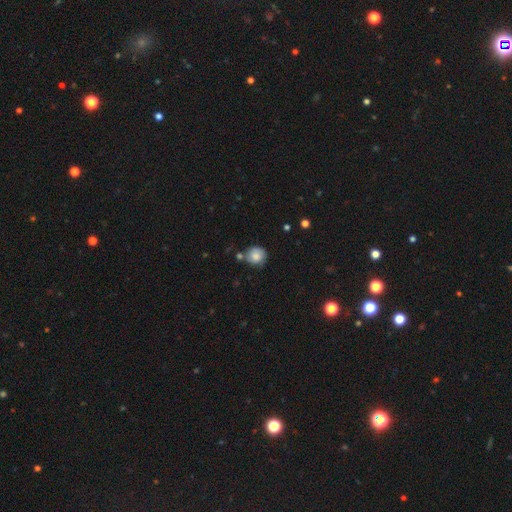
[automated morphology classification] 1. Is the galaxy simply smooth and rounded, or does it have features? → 78% smooth, 14% featured or disk, 8% star or artifact.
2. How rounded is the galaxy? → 87% round, 12% in between, 1% cigar-shaped.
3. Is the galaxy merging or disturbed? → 66% none, 19% minor disturbance, 10% merger, 5% major disturbance.